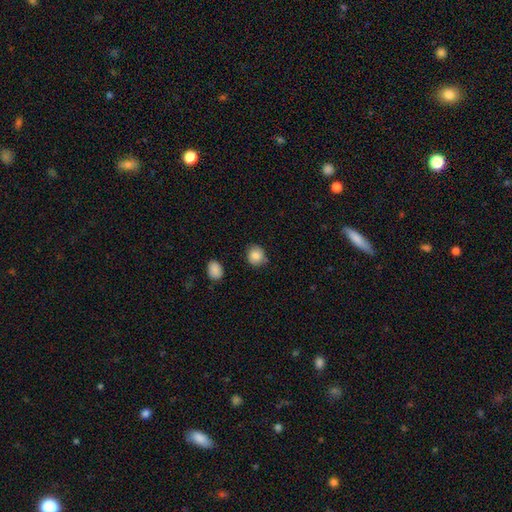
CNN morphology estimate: A smooth galaxy with no disk features (83%) that is round (81%). Merging: none (77%).